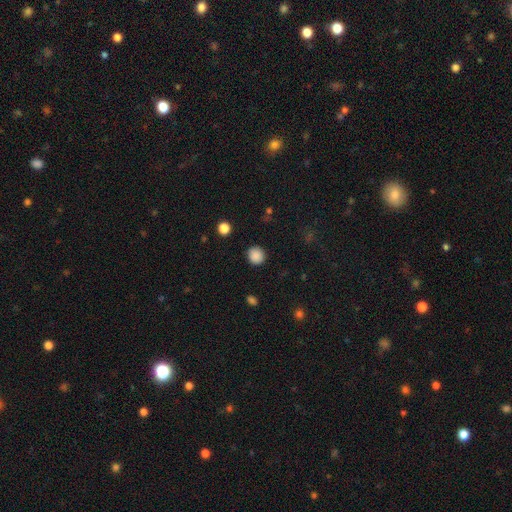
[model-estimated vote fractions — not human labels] smooth_or_featured: smooth (p=0.88) [alt: star or artifact p=0.10]
how_rounded: round (p=0.89) [alt: in between p=0.10]
merging: none (p=0.90) [alt: minor disturbance p=0.07]